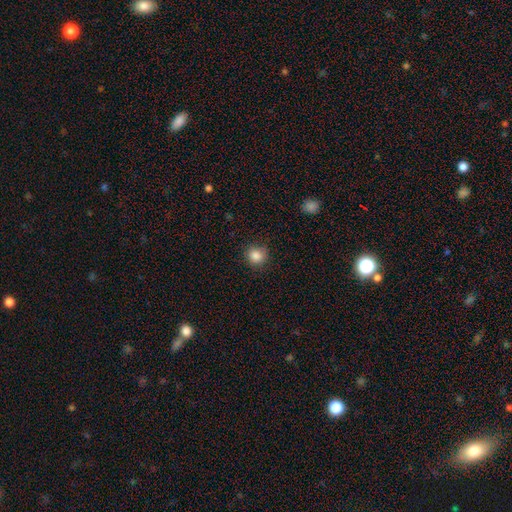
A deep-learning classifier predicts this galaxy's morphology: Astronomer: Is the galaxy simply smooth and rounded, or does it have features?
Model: smooth — 85%.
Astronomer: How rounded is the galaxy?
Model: round — 90%.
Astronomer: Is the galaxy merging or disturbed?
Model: none — 84%.